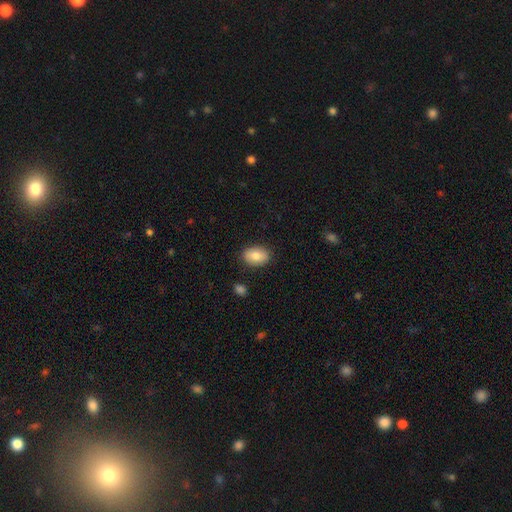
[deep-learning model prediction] Smooth or featured?
  - smooth: 84% *
  - featured or disk: 9%
  - star or artifact: 7%
How rounded?
  - in between: 85% *
  - round: 14%
  - cigar-shaped: 1%
Merging?
  - none: 87% *
  - minor disturbance: 10%
  - major disturbance: 2%
  - merger: 1%